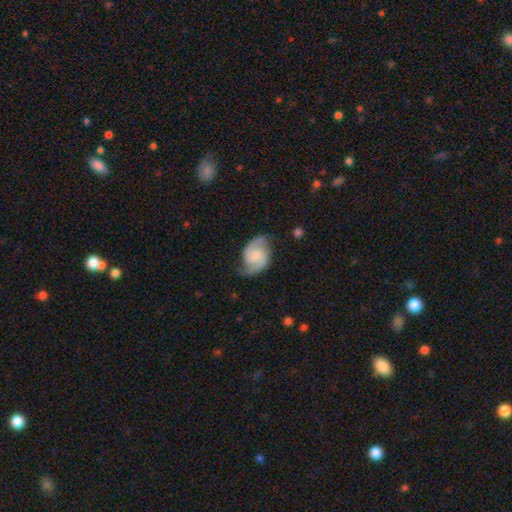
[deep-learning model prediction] Smooth or featured: featured or disk — 80% (smooth — 14%)
Edge-on disk: no — 98% (yes — 2%)
Bar: no — 51% (weak — 40%)
Spiral arms: yes — 96% (no — 4%)
Spiral winding: medium — 52% (loose — 26%)
Spiral arm count: 2 — 92% (can't tell — 3%)
Bulge size: none — 34% (tied with small — 34%)
Merging: none — 72% (minor disturbance — 20%)